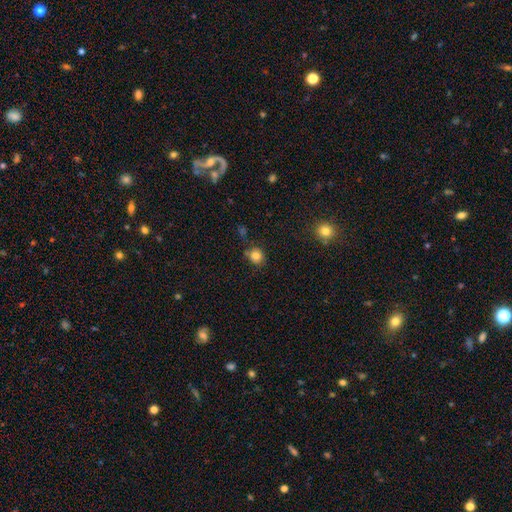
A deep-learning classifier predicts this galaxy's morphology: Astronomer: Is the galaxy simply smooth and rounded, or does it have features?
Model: smooth — 82%.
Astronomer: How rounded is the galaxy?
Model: round — 82%.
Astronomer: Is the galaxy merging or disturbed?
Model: none — 73%.